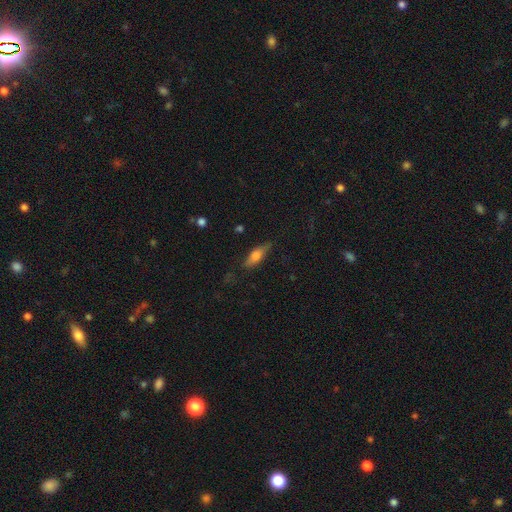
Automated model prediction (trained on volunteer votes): The model was most divided on "how rounded": in between: 56%, cigar-shaped: 41%, round: 3%. More confident: merging — none (74%); smooth or featured — smooth (60%).